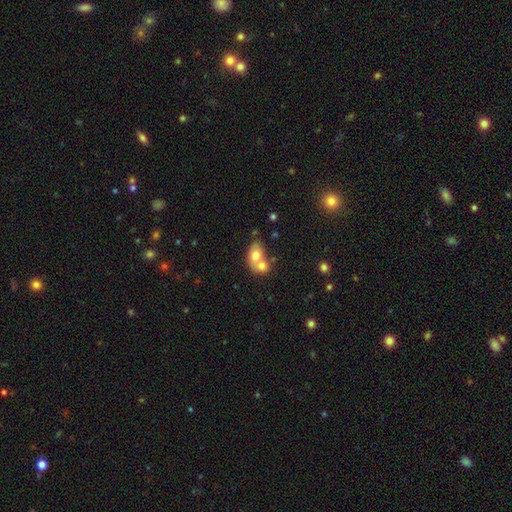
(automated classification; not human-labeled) smooth-or-featured: smooth: 70% | featured or disk: 22% | star or artifact: 8%
  how-rounded: in between: 68% | round: 30% | cigar-shaped: 1%
  merging: merger: 71% | none: 18% | minor disturbance: 7% | major disturbance: 3%